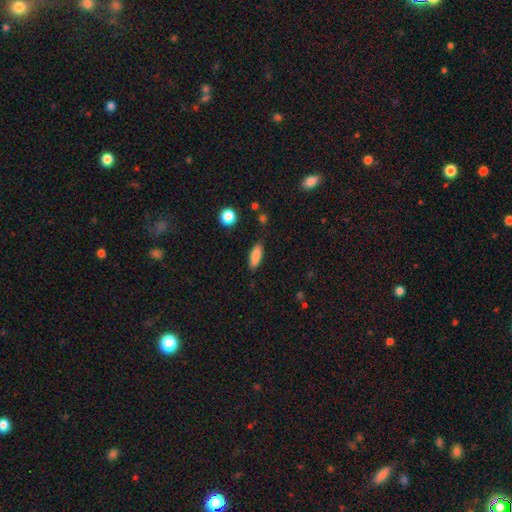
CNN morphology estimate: A smooth galaxy with no disk features (85%) that is in between round and cigar-shaped (66%).

Vote fractions:
- Smooth or featured? smooth: 85% / featured or disk: 7% / star or artifact: 7%
- How rounded? in between: 66% / cigar-shaped: 31% / round: 3%
- Merging? none: 84% / minor disturbance: 12% / major disturbance: 3% / merger: 2%